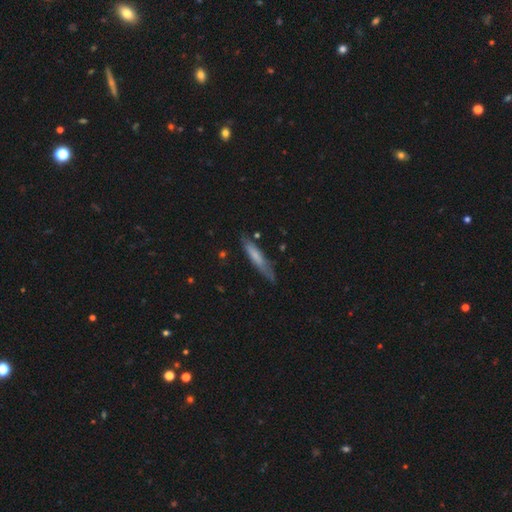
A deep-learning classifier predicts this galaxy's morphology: Overall: smooth (62%; featured or disk 32%). How rounded: cigar-shaped (89%). Merging: none (73%).